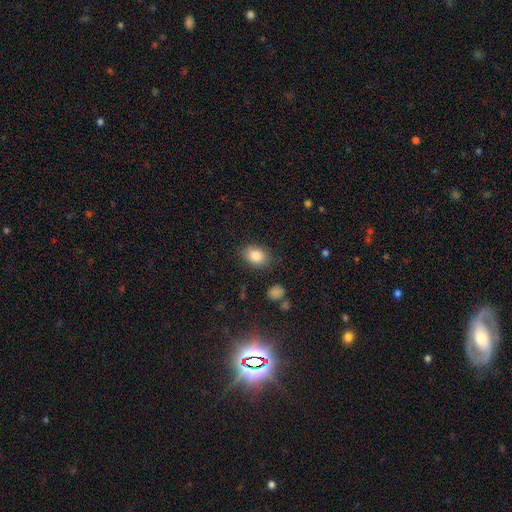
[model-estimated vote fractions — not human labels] smooth 84%, star or artifact 9%, featured or disk 8%. Down the decision tree: how rounded — in between (70%); merging — none (83%).